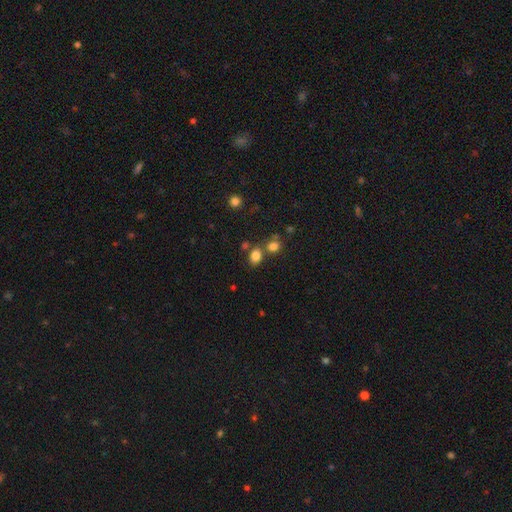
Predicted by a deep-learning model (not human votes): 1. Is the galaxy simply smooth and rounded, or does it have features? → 81% smooth, 13% star or artifact, 6% featured or disk.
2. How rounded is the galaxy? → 70% in between, 29% round, 1% cigar-shaped.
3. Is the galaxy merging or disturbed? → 64% none, 21% merger, 12% minor disturbance, 4% major disturbance.